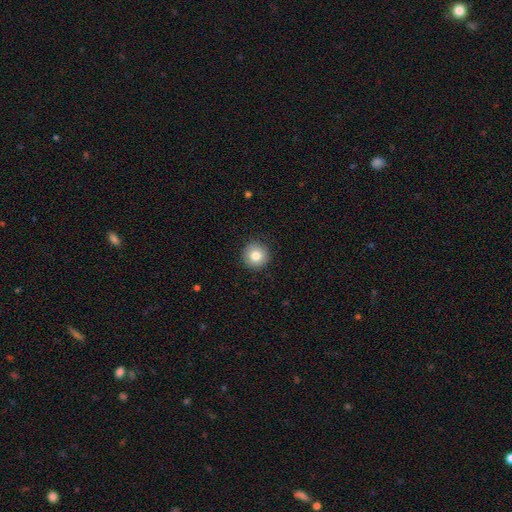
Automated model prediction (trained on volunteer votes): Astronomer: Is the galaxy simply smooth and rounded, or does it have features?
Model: smooth — 81%.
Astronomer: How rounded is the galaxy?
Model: round — 95%.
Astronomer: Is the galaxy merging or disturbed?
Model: none — 91%.